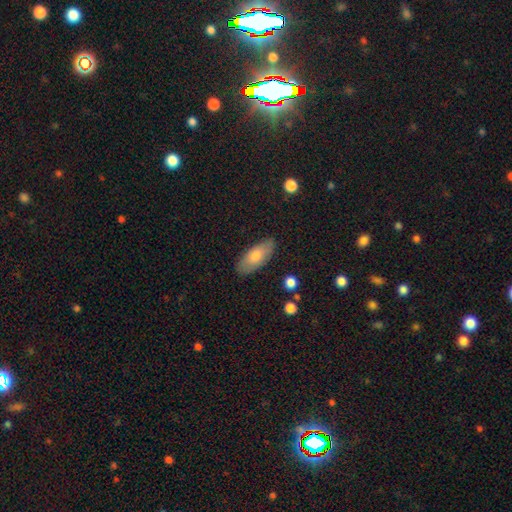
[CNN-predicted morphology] Overall: smooth (74%). How rounded: in between (81%). Merging: none (85%).